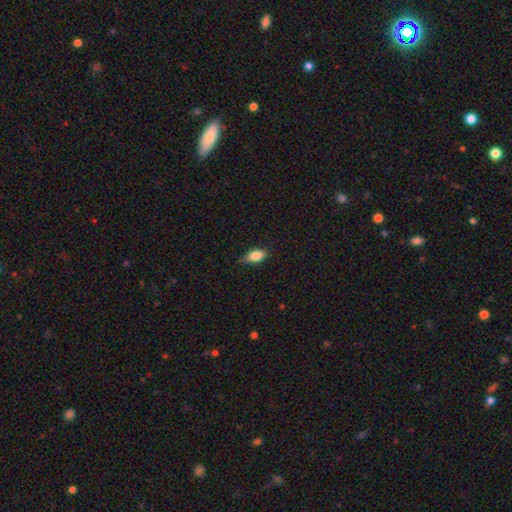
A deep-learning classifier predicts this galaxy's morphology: Smooth or featured: smooth — 82% (featured or disk — 11%)
How rounded: in between — 86% (cigar-shaped — 8%)
Merging: none — 74% (minor disturbance — 22%)